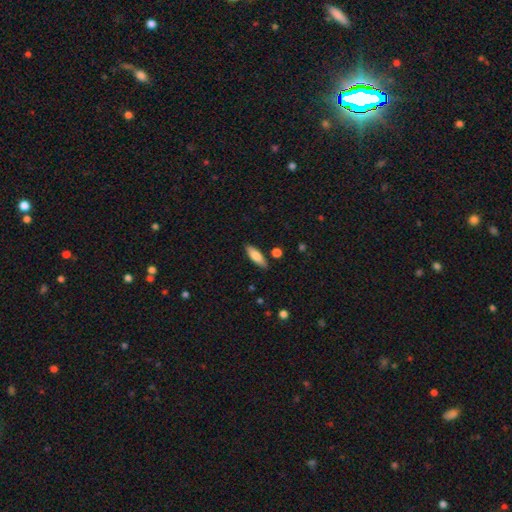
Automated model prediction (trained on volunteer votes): Smooth or featured? Predicted: smooth (p=0.77). How rounded? Predicted: in between (p=0.52). Merging? Predicted: none (p=0.84).